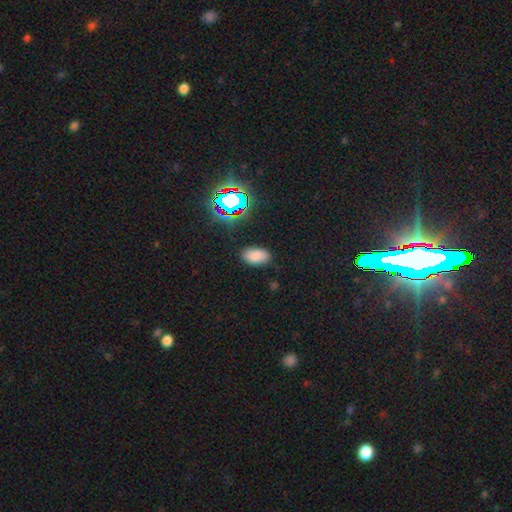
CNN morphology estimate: This is likely a smooth galaxy (77%). How rounded: clearly in between (93%). Merging: clearly none (84%).